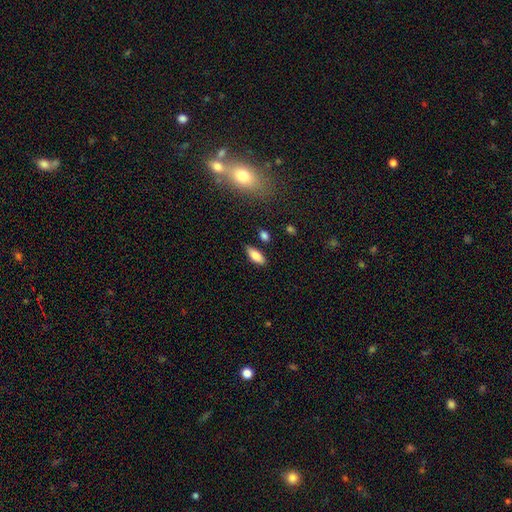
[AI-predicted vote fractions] This is clearly a smooth galaxy (82%). How rounded: clearly in between (81%). Merging: clearly none (80%).